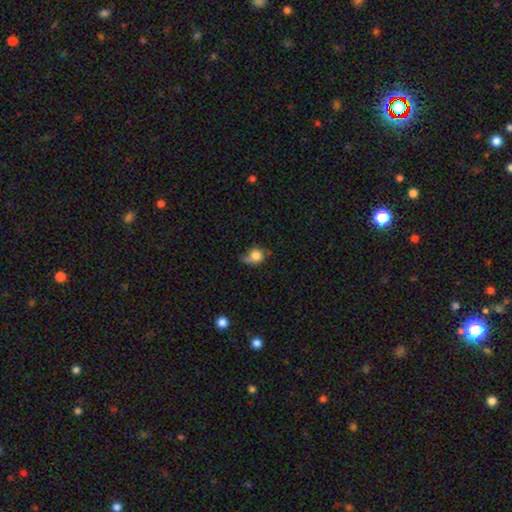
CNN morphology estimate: A smooth galaxy with no disk features (78%) that is round (65%).

Vote fractions:
- Smooth or featured? smooth: 78% / featured or disk: 13% / star or artifact: 10%
- How rounded? round: 65% / in between: 34% / cigar-shaped: 1%
- Merging? minor disturbance: 39% / none: 33% / major disturbance: 24% / merger: 5%